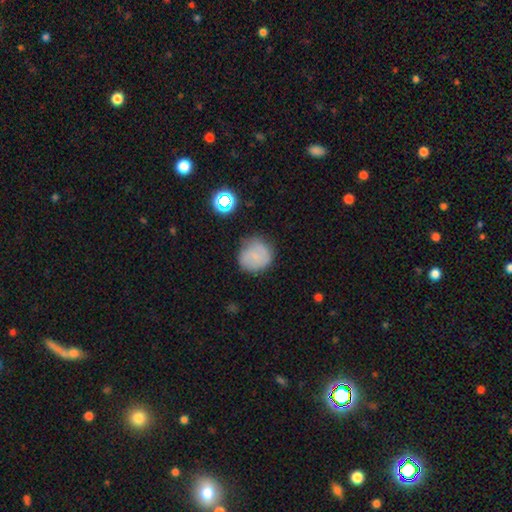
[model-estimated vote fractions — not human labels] Smooth or featured? smooth (72%)
How rounded? round (88%)
Merging? none (67%)